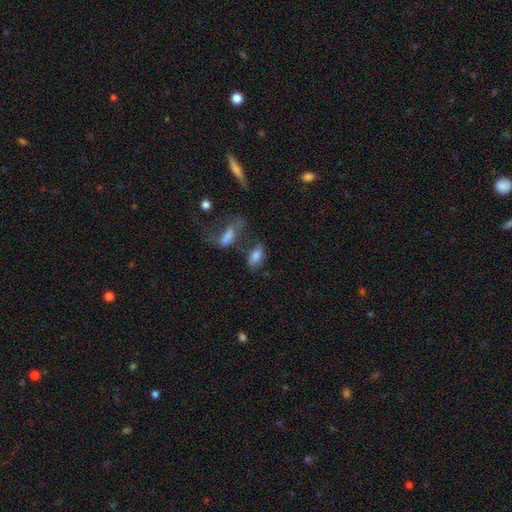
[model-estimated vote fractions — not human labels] A smooth galaxy with no disk features (76%) that is in between round and cigar-shaped (85%).

Vote fractions:
- Smooth or featured? smooth: 76% / featured or disk: 14% / star or artifact: 10%
- How rounded? in between: 85% / cigar-shaped: 11% / round: 4%
- Merging? none: 49% / merger: 20% / minor disturbance: 19% / major disturbance: 12%